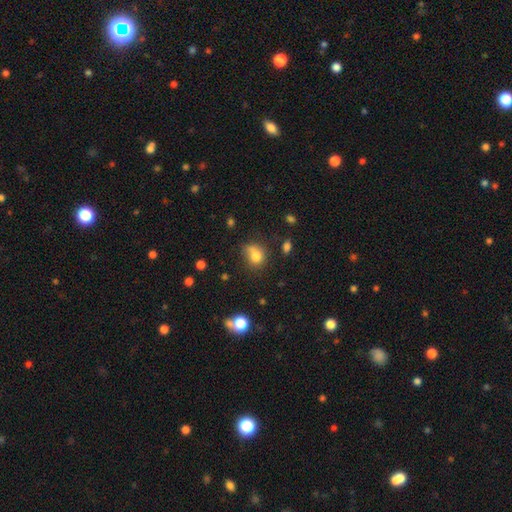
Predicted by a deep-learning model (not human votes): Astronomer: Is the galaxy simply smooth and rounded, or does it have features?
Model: smooth — 76%.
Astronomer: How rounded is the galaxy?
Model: round — 61% (runner-up: in between, 38%).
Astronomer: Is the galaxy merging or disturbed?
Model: none — 43% (runner-up: minor disturbance, 24%).